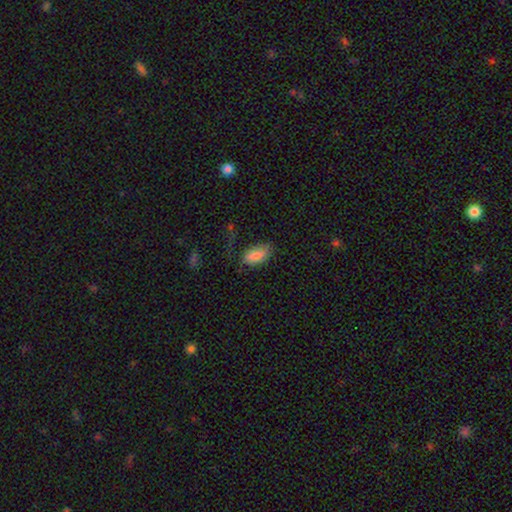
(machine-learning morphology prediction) This appears to be a smooth galaxy with no disk features (83%) that is in between round and cigar-shaped (92%). Merging: none (55%).